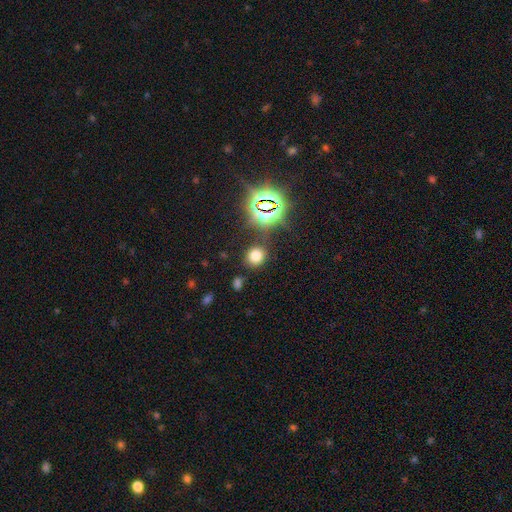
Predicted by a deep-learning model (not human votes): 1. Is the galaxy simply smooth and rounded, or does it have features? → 69% smooth, 24% star or artifact, 7% featured or disk.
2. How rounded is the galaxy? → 74% round, 25% in between, 1% cigar-shaped.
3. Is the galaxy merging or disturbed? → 81% none, 10% minor disturbance, 5% merger, 4% major disturbance.